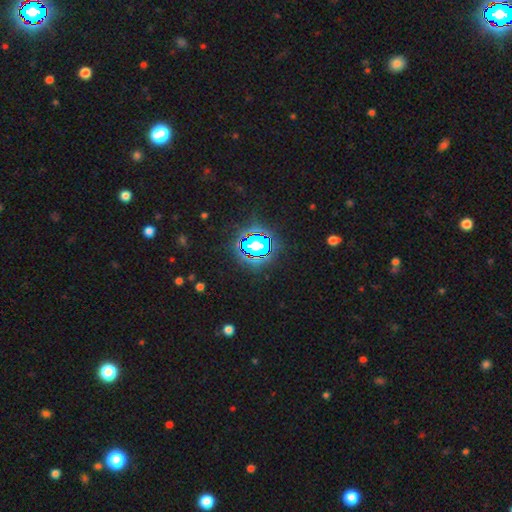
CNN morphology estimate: smooth_or_featured: star or artifact (p=0.81) [alt: smooth p=0.12]